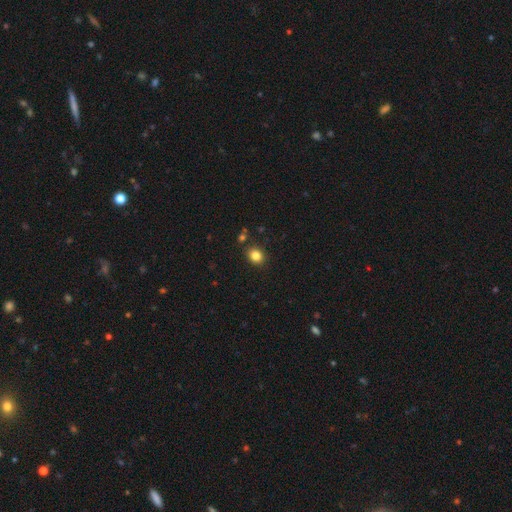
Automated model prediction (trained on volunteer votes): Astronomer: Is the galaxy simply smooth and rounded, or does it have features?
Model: smooth — 84%.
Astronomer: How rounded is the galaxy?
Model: round — 59% (runner-up: in between, 40%).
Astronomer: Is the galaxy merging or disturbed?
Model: none — 86%.